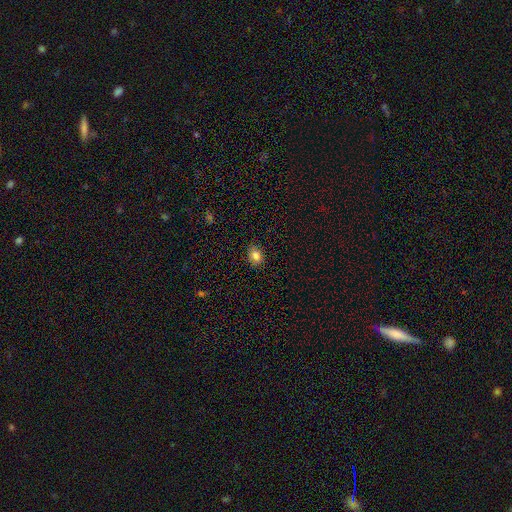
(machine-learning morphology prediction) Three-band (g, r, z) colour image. It shows a smooth galaxy with no disk features (83%) that is in between round and cigar-shaped (63%). Merging: none (84%).